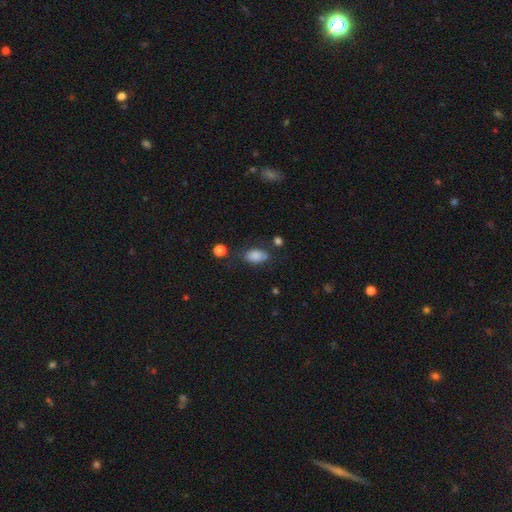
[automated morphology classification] The model was most divided on "merging": none: 66%, minor disturbance: 23%, major disturbance: 7%, merger: 4%. More confident: how rounded — in between (89%); smooth or featured — smooth (84%).